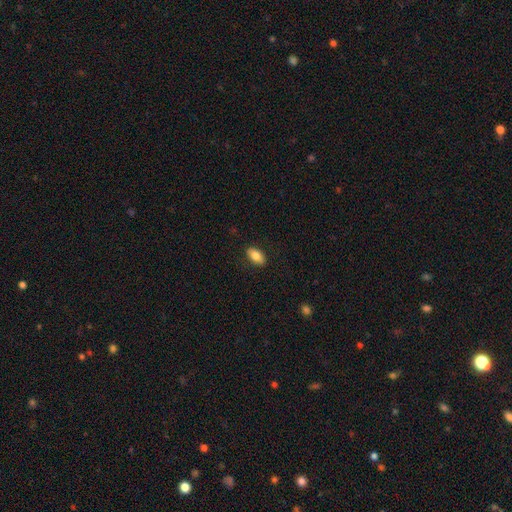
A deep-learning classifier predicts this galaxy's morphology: smooth 82%, featured or disk 11%, star or artifact 7%. Down the decision tree: how rounded — in between (92%); merging — none (88%).